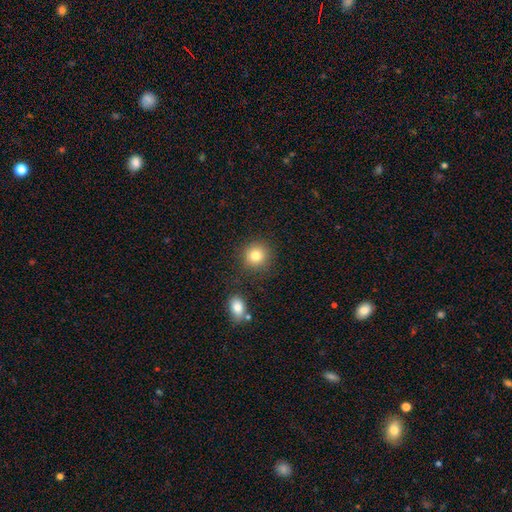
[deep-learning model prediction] smooth_or_featured: smooth (p=0.82) [alt: star or artifact p=0.11]
how_rounded: round (p=0.89) [alt: in between p=0.10]
merging: none (p=0.84) [alt: minor disturbance p=0.08]